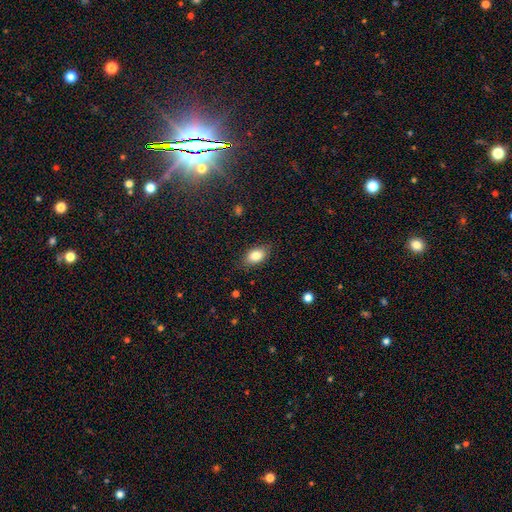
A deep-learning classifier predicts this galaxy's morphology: Smooth or featured?
  - smooth: 83% *
  - featured or disk: 9%
  - star or artifact: 8%
How rounded?
  - in between: 88% *
  - round: 10%
  - cigar-shaped: 2%
Merging?
  - none: 81% *
  - minor disturbance: 14%
  - major disturbance: 3%
  - merger: 1%